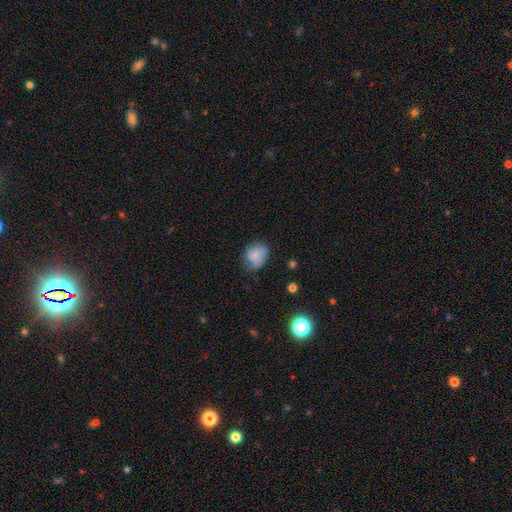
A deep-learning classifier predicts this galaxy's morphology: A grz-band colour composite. It shows a smooth galaxy with no disk features (77%) that is round (52%). Merging: none (53%).